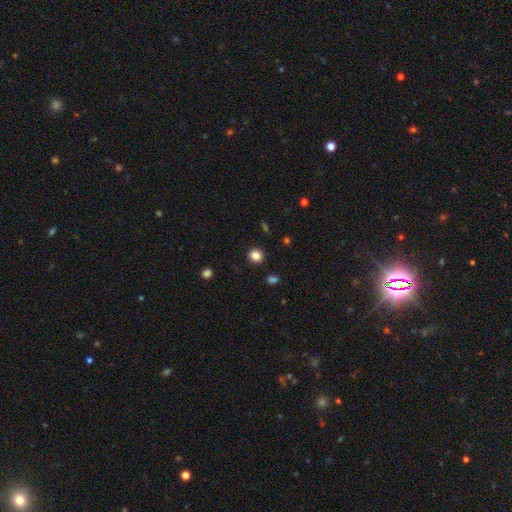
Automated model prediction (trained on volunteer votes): Morphology: type=smooth (84%); roundness=round (91%); merging=none (92%).